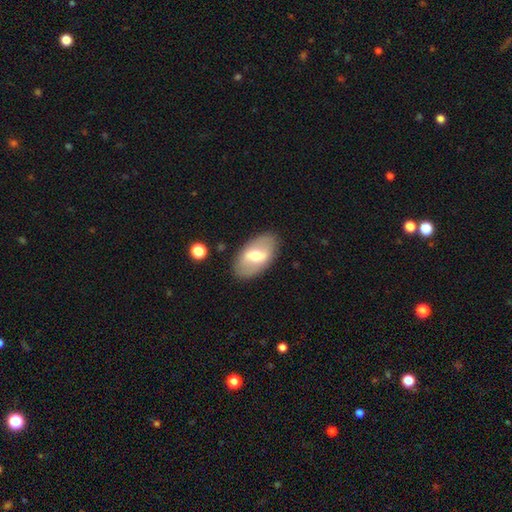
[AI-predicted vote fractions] Morphology: type=featured or disk (52%); edge-on=no (85%); merging=none (85%).